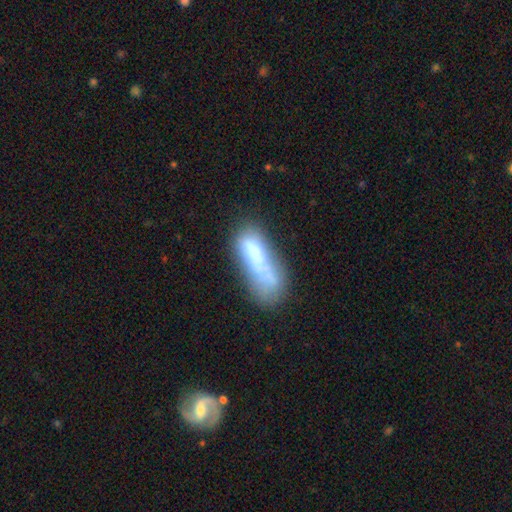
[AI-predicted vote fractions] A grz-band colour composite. It shows a smooth galaxy with no disk features (61%) that is in between round and cigar-shaped (63%). Merging: merger (29%).